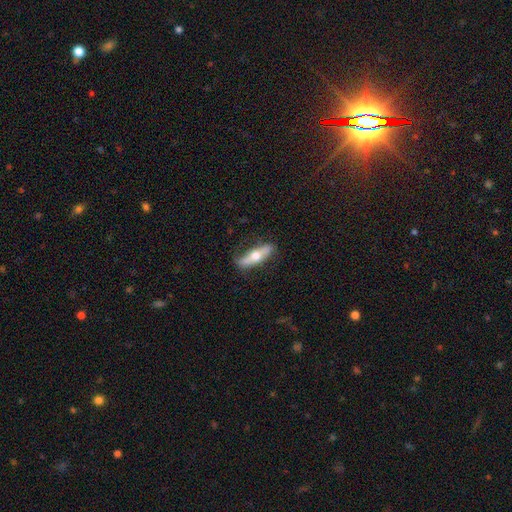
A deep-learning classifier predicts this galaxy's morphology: featured or disk 50%, smooth 45%, star or artifact 5%. Down the decision tree: edge-on disk — yes (72%); merging — none (77%).